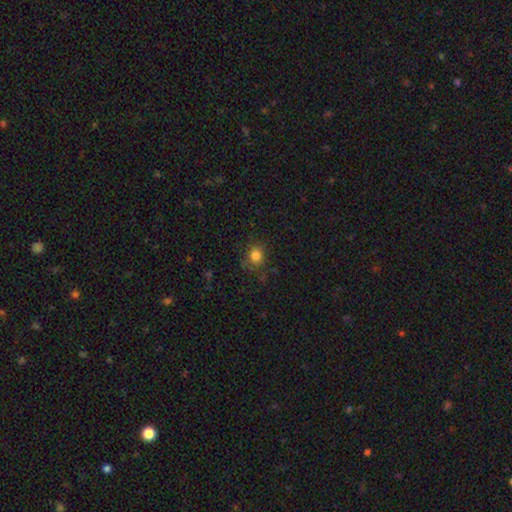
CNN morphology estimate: Q: Smooth or featured?
A: smooth (81%); runner-up: star or artifact (13%)
Q: How rounded?
A: round (74%); runner-up: in between (25%)
Q: Merging?
A: none (76%); runner-up: minor disturbance (16%)